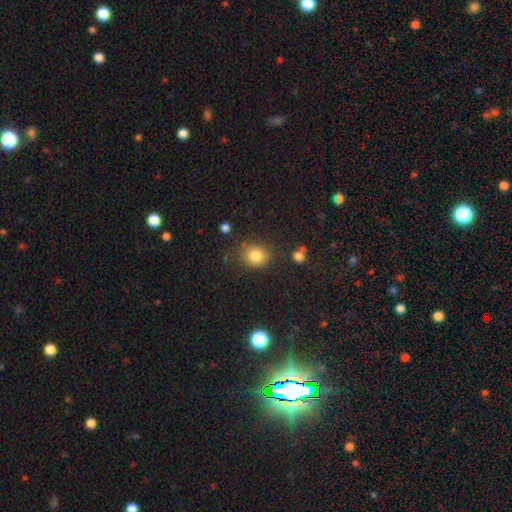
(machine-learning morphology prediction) A smooth galaxy with no disk features (82%) that is round (75%). Merging: none (78%).